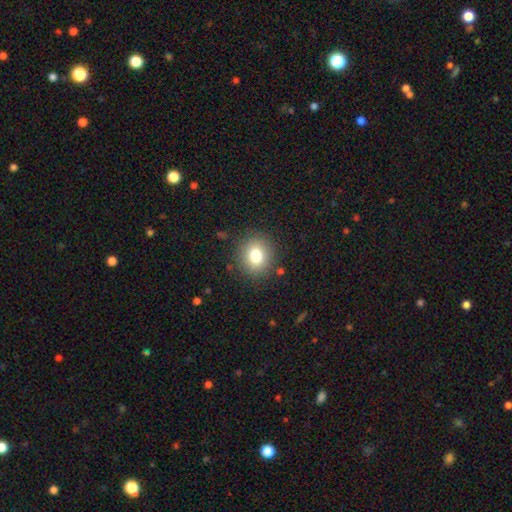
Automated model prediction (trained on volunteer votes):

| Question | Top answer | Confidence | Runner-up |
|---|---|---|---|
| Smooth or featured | smooth | 79% | star or artifact (11%) |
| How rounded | round | 75% | in between (24%) |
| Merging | none | 87% | minor disturbance (8%) |